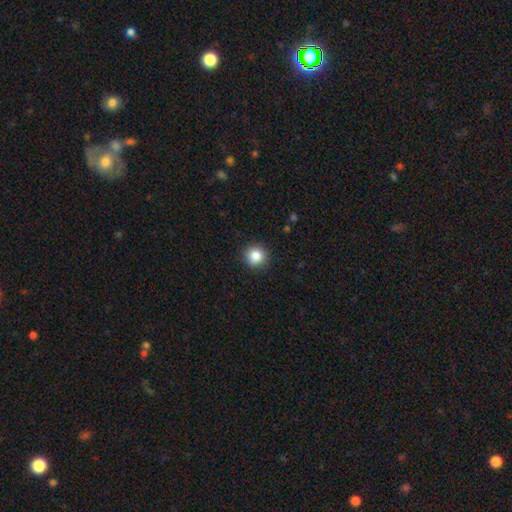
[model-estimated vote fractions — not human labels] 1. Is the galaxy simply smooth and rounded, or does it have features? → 85% smooth, 10% star or artifact, 5% featured or disk.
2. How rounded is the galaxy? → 93% round, 6% in between, 1% cigar-shaped.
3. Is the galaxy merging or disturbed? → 91% none, 6% minor disturbance, 2% major disturbance, 1% merger.